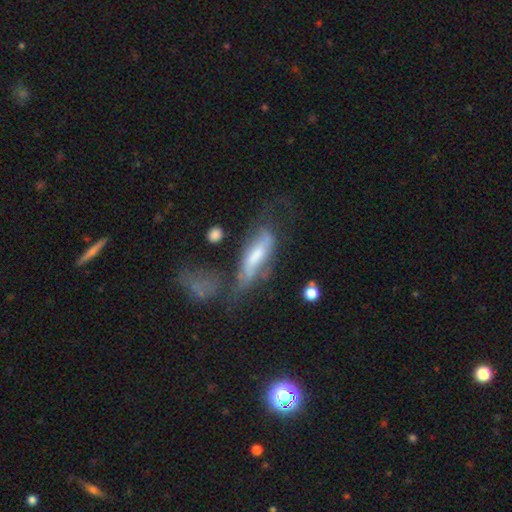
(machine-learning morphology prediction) Smooth or featured? featured or disk (51%)
Edge-on disk? no (61%)
Merging? major disturbance (35%)